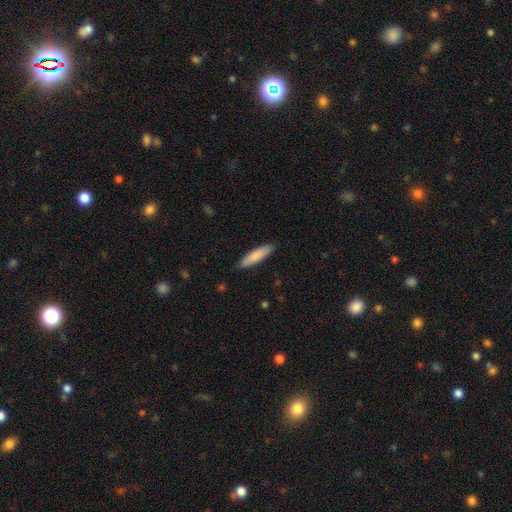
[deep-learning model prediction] smooth_or_featured: smooth (p=0.84) [alt: featured or disk p=0.10]
how_rounded: cigar-shaped (p=0.75) [alt: in between p=0.23]
merging: none (p=0.88) [alt: minor disturbance p=0.09]